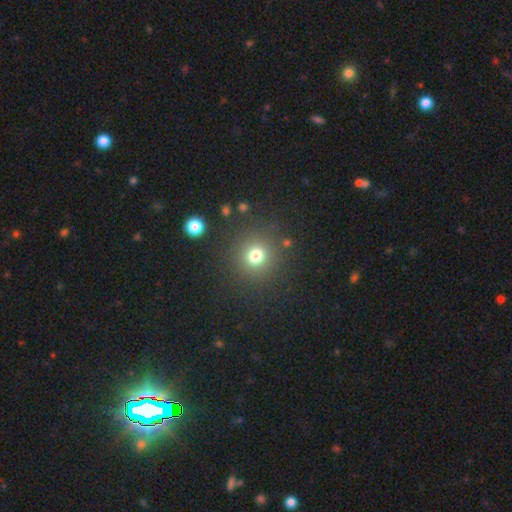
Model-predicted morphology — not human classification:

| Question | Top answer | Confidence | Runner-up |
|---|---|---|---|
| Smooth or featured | smooth | 75% | star or artifact (18%) |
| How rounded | round | 92% | in between (7%) |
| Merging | none | 86% | minor disturbance (7%) |